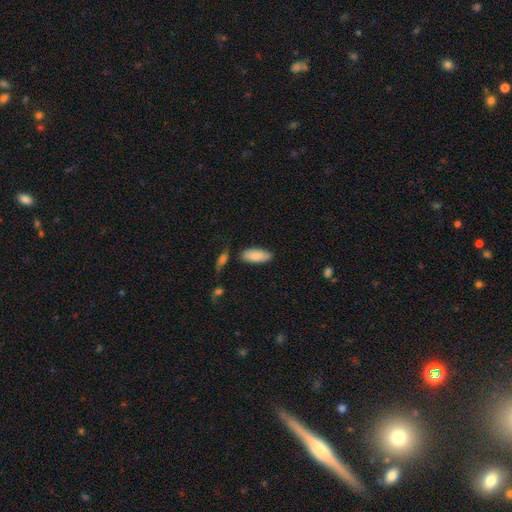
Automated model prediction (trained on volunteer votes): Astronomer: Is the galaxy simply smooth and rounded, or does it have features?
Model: smooth — 84%.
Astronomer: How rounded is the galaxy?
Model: in between — 85%.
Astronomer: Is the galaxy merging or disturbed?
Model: none — 74%.